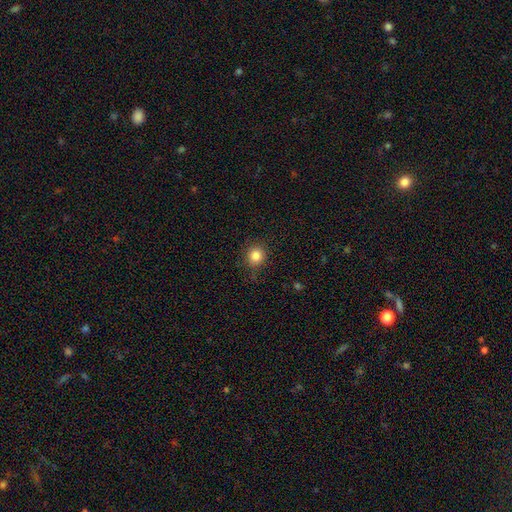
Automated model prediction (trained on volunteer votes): Overall: smooth (84%). How rounded: round (89%). Merging: none (84%).